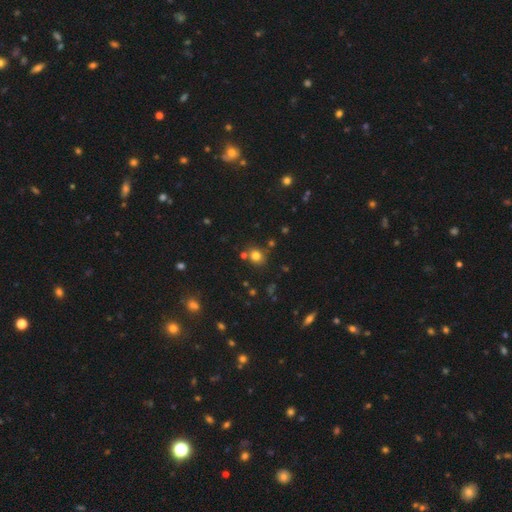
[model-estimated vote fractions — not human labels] This appears to be a smooth galaxy with no disk features (77%) that is round (79%). Merging: none (75%).